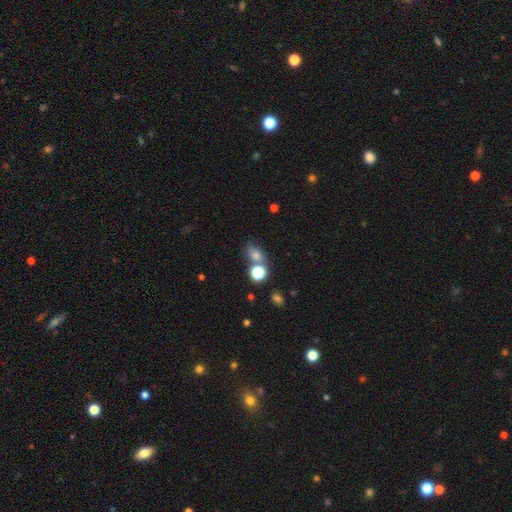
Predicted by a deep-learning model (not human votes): A smooth galaxy with no disk features (70%) that is in between round and cigar-shaped (59%).

Vote fractions:
- Smooth or featured? smooth: 70% / star or artifact: 19% / featured or disk: 11%
- How rounded? in between: 59% / round: 39% / cigar-shaped: 2%
- Merging? none: 54% / merger: 24% / minor disturbance: 15% / major disturbance: 7%